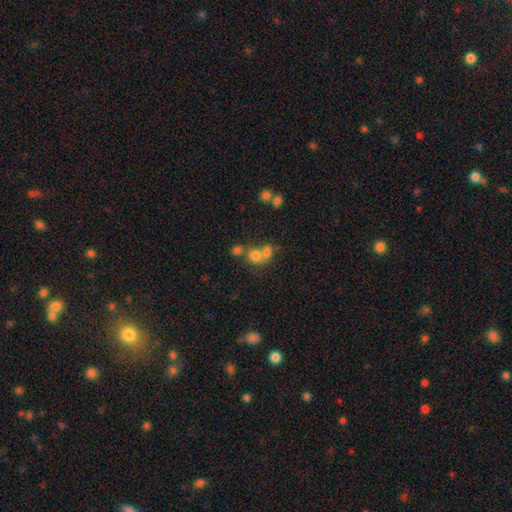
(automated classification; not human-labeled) Smooth or featured: smooth — 70% (star or artifact — 16%)
How rounded: round — 74% (in between — 25%)
Merging: merger — 54% (none — 35%)